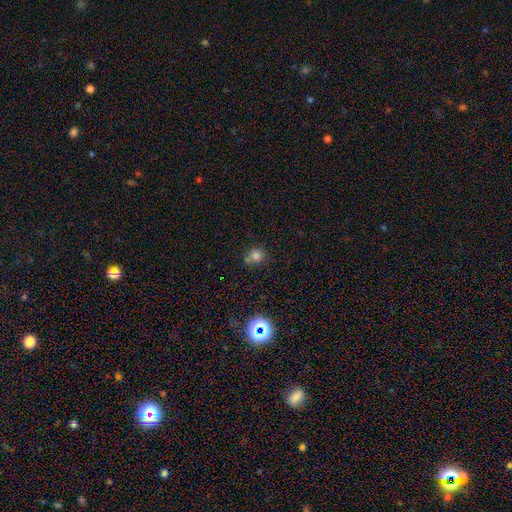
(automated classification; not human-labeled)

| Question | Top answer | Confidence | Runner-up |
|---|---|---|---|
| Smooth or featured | smooth | 76% | star or artifact (17%) |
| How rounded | round | 87% | in between (12%) |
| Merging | none | 63% | merger (21%) |